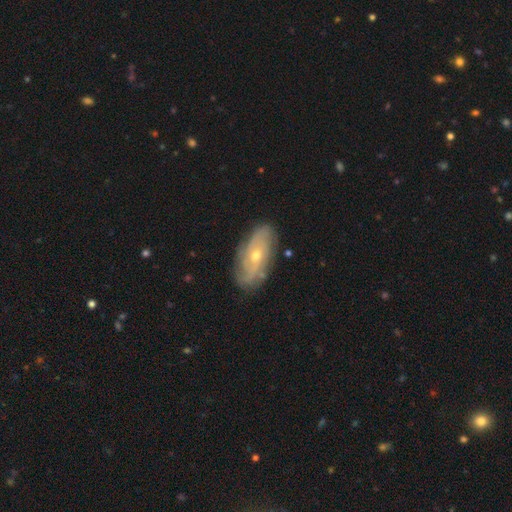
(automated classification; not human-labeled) Smooth or featured? featured or disk (73%)
Edge-on disk? no (89%)
Bar? no (73%)
Spiral arms? yes (83%)
Spiral winding? tight (55%)
Spiral arm count? can't tell (46%)
Bulge size? small (52%)
Merging? none (80%)